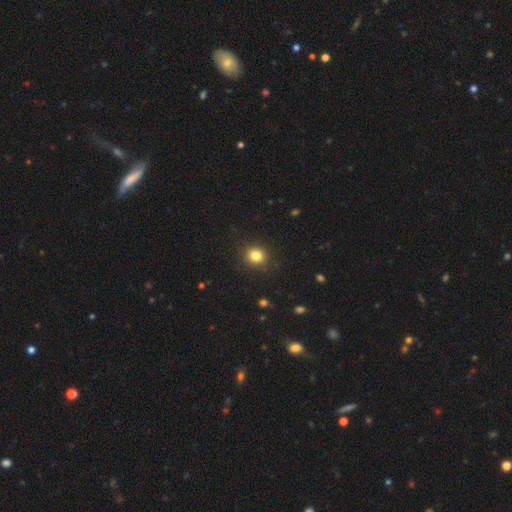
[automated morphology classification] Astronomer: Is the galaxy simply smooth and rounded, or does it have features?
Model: smooth — 82%.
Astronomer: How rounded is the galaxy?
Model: round — 85%.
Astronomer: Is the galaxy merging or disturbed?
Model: none — 90%.